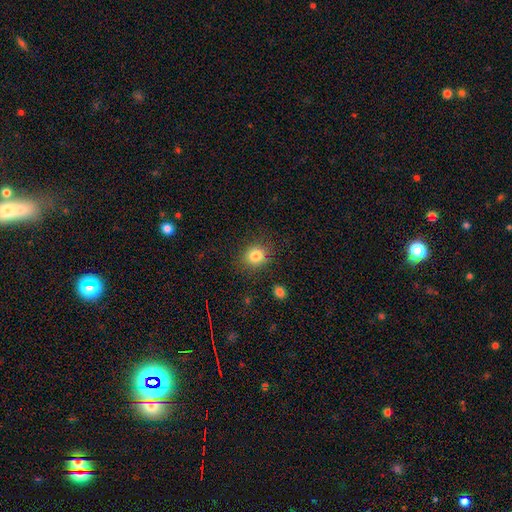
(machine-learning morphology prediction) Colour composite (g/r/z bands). It shows a smooth galaxy with no disk features (82%) that is round (69%). Merging: none (83%).